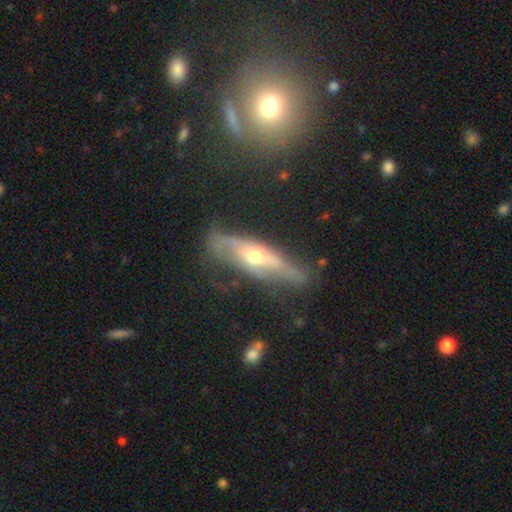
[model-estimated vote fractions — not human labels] Smooth or featured? Predicted: featured or disk (p=0.70). Edge-on disk? Predicted: no (p=0.52). Merging? Predicted: none (p=0.52).